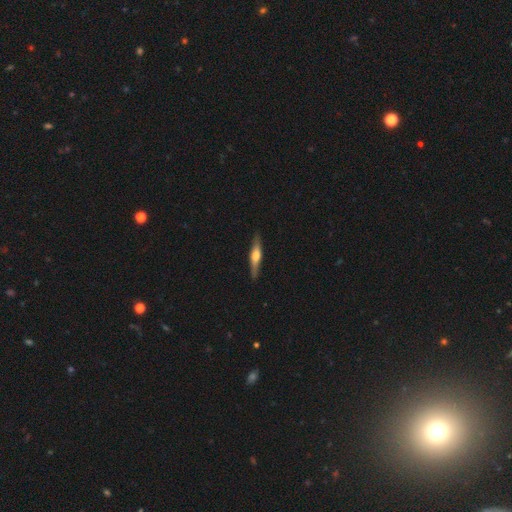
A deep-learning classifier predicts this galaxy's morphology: The model was most divided on "smooth or featured": featured or disk: 58%, smooth: 37%, star or artifact: 5%. More confident: edge-on disk — yes (95%); merging — none (87%); edge-on bulge — rounded (82%).